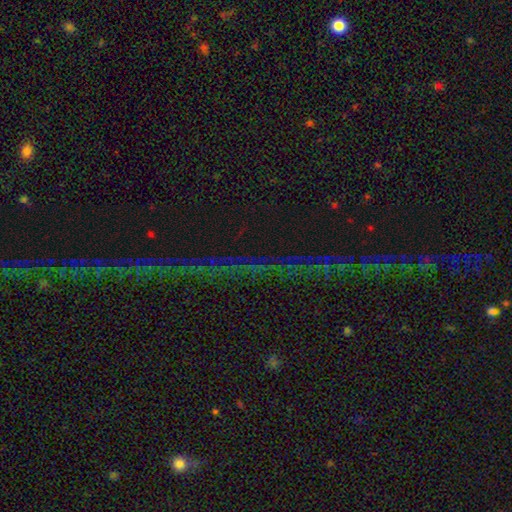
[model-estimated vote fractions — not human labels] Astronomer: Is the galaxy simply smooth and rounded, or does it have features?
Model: star or artifact — 76%.